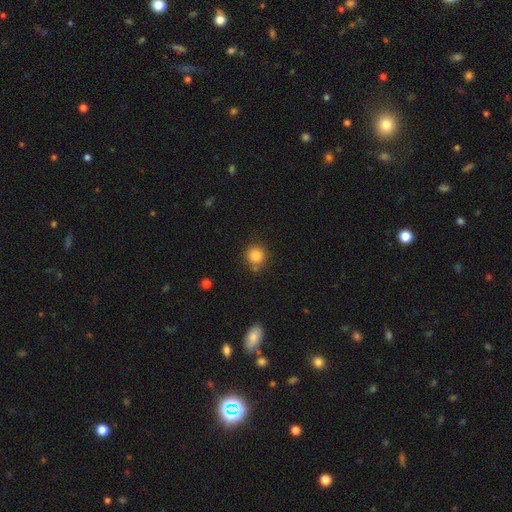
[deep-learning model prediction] smooth 84%, star or artifact 11%, featured or disk 5%. Down the decision tree: how rounded — round (92%); merging — none (79%).